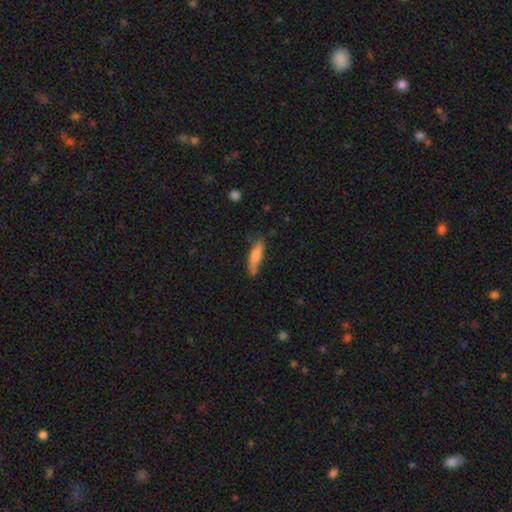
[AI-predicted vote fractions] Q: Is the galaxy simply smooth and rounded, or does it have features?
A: smooth — 75%.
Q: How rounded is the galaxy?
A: cigar-shaped — 67%.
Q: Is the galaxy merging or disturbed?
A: none — 72%.